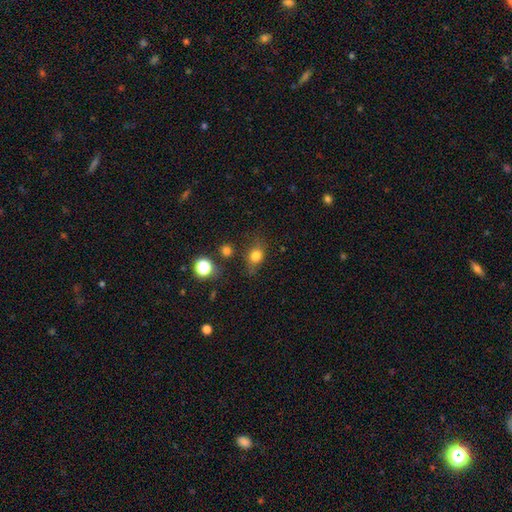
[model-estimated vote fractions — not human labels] This is likely a smooth galaxy (79%). How rounded: possibly round (54%). Merging: likely none (69%).